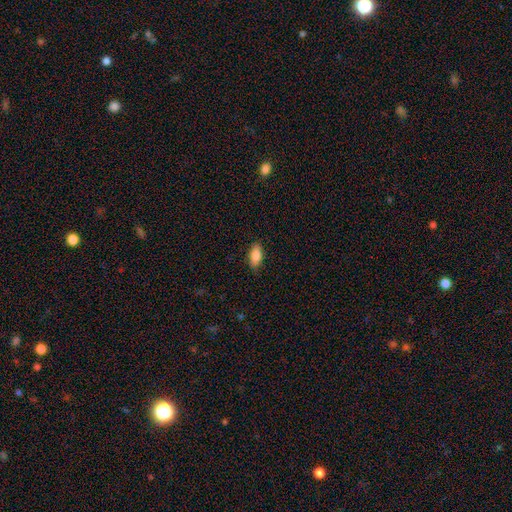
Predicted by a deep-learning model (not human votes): Q: Smooth or featured?
A: smooth (85%); runner-up: featured or disk (8%)
Q: How rounded?
A: in between (88%); runner-up: cigar-shaped (10%)
Q: Merging?
A: none (86%); runner-up: minor disturbance (11%)